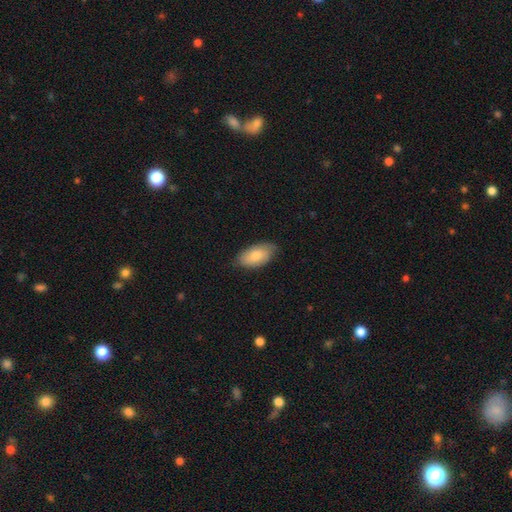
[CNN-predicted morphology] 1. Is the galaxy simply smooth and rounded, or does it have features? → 78% smooth, 16% featured or disk, 6% star or artifact.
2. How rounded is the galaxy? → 94% in between, 3% round, 3% cigar-shaped.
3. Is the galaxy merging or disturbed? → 77% none, 19% minor disturbance, 3% major disturbance, 1% merger.